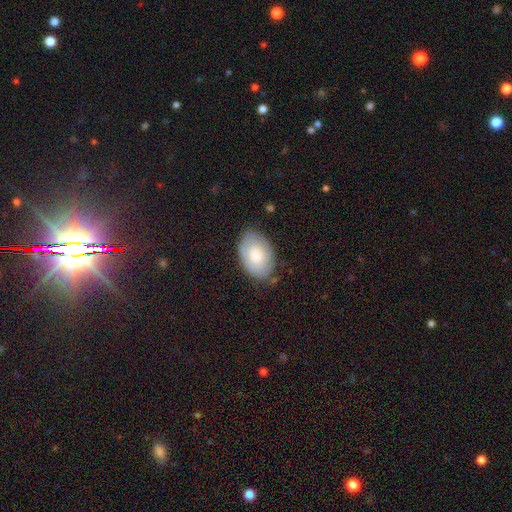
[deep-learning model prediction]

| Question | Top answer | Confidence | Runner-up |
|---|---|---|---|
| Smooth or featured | smooth | 63% | featured or disk (31%) |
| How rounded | in between | 87% | round (11%) |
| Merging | none | 76% | minor disturbance (18%) |